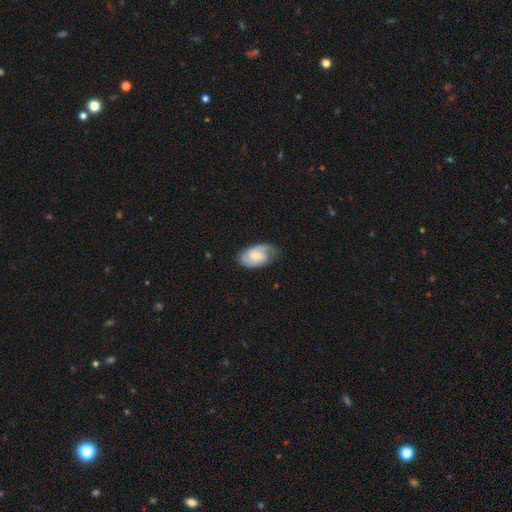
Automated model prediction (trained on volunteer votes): Smooth or featured? featured or disk (63%)
Edge-on disk? no (96%)
Bar? no (48%)
Spiral arms? yes (92%)
Spiral winding? medium (43%)
Spiral arm count? 2 (61%)
Bulge size? small (46%)
Merging? none (64%)